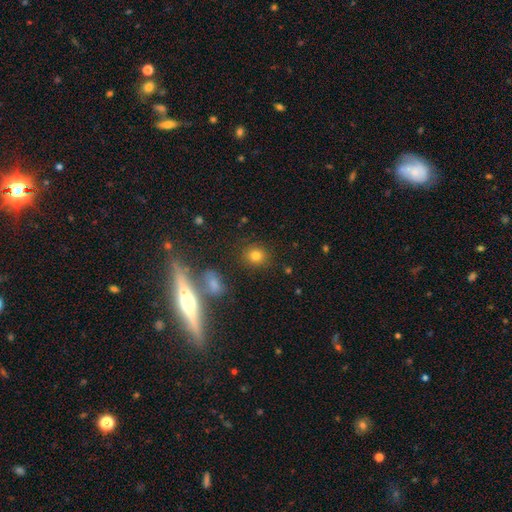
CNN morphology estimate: A smooth galaxy with no disk features (76%) that is round (81%). Merging: none (85%).